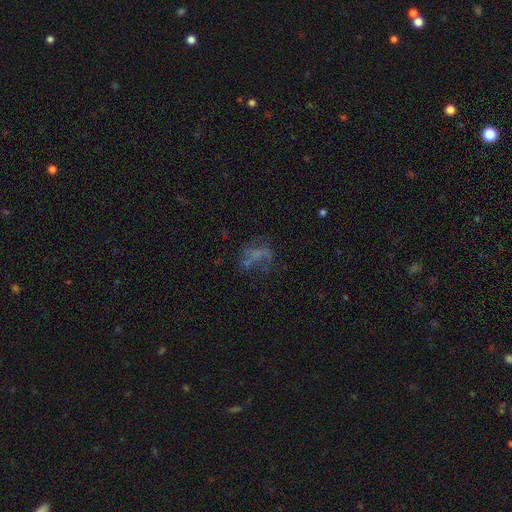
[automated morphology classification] Smooth or featured: featured or disk — 44% (smooth — 30%)
Merging: none — 42% (major disturbance — 33%)